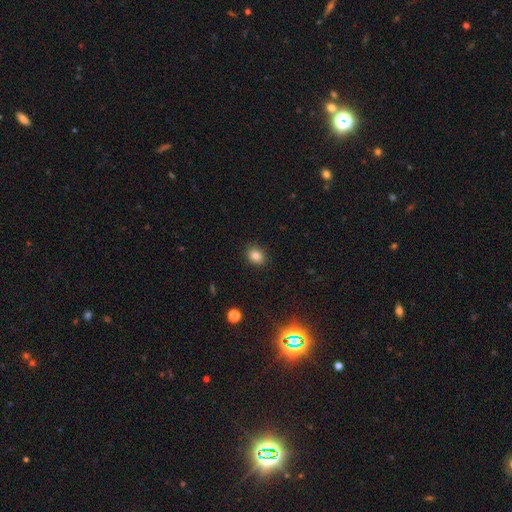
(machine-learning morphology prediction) smooth-or-featured: smooth: 84% | star or artifact: 11% | featured or disk: 6%
  how-rounded: in between: 56% | round: 43% | cigar-shaped: 1%
  merging: none: 88% | minor disturbance: 8% | major disturbance: 2% | merger: 1%